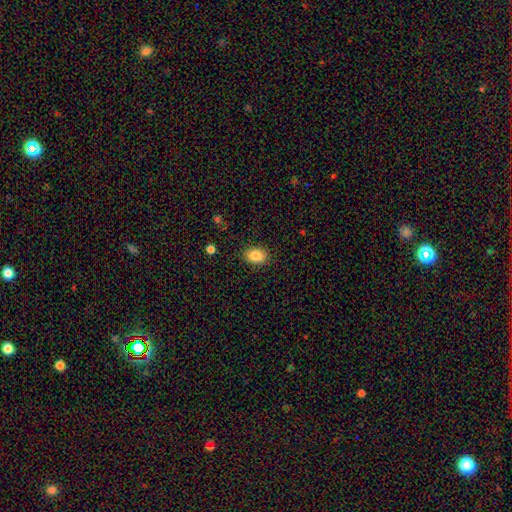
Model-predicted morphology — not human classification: smooth-or-featured: smooth: 85% | star or artifact: 8% | featured or disk: 6%
  how-rounded: in between: 79% | round: 20% | cigar-shaped: 1%
  merging: none: 88% | minor disturbance: 9% | major disturbance: 2% | merger: 1%